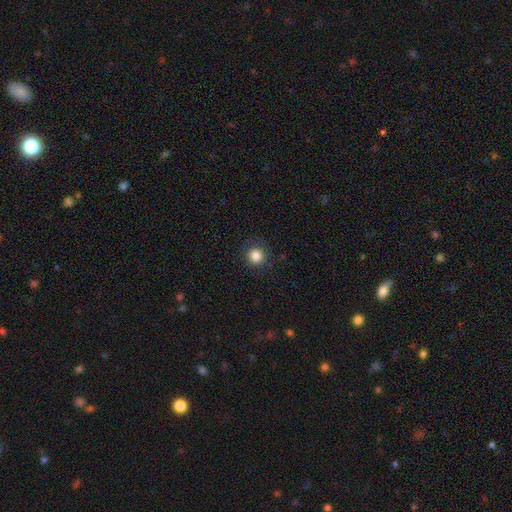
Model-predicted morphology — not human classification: Q: Smooth or featured?
A: smooth (84%); runner-up: star or artifact (11%)
Q: How rounded?
A: round (93%); runner-up: in between (6%)
Q: Merging?
A: none (88%); runner-up: minor disturbance (8%)